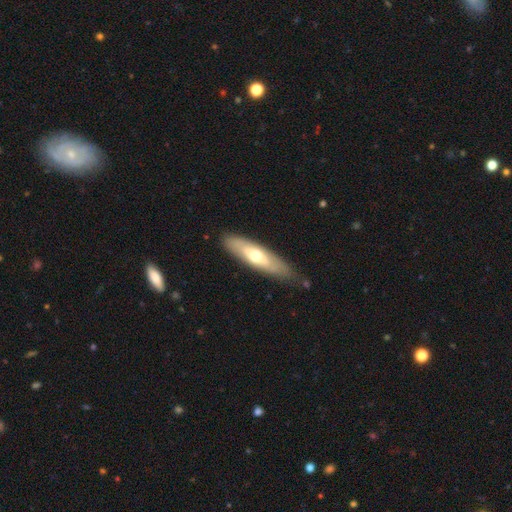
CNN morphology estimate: Smooth or featured? smooth (52%)
How rounded? cigar-shaped (59%)
Merging? none (81%)